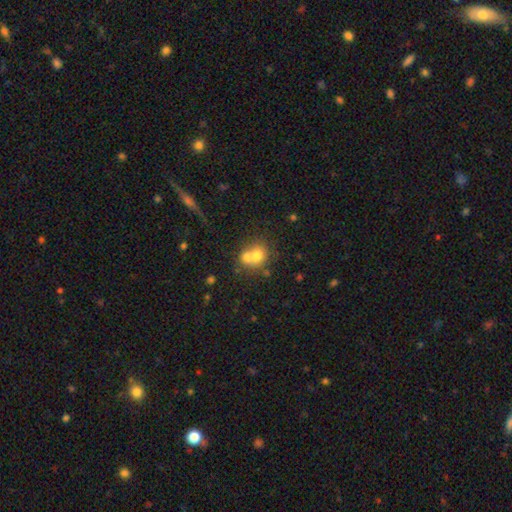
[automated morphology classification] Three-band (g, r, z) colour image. It shows a smooth galaxy with no disk features (68%) that is round (74%). Merging: merger (60%).